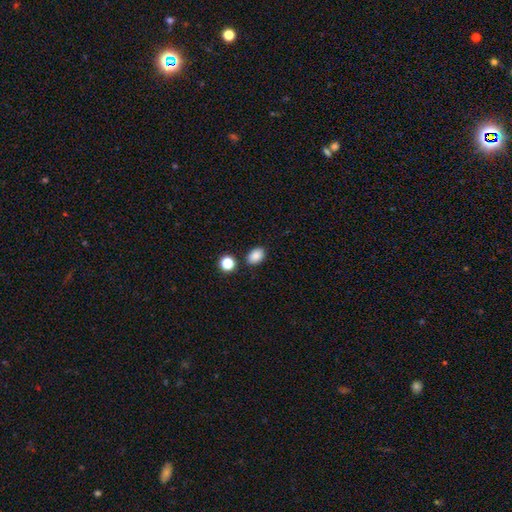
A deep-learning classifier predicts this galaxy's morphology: Smooth or featured? smooth (86%)
How rounded? in between (81%)
Merging? none (83%)